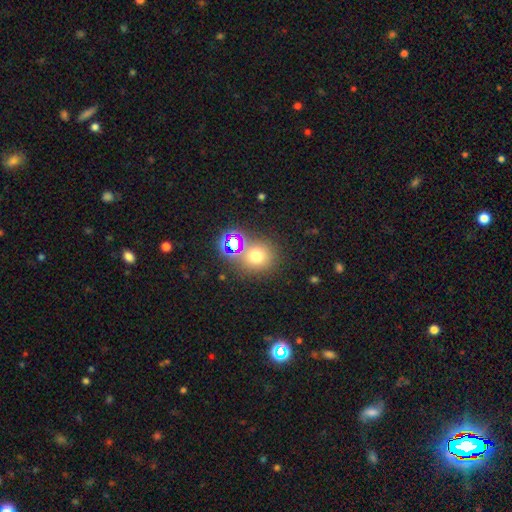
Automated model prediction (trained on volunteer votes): Smooth or featured?
  - smooth: 63% *
  - star or artifact: 27%
  - featured or disk: 9%
How rounded?
  - round: 80% *
  - in between: 19%
  - cigar-shaped: 1%
Merging?
  - none: 69% *
  - merger: 17%
  - minor disturbance: 10%
  - major disturbance: 4%